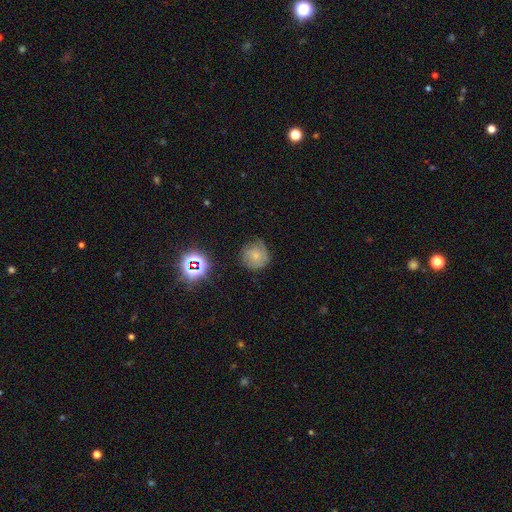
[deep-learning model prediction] This is possibly a smooth galaxy (48%). Merging: likely none (66%).